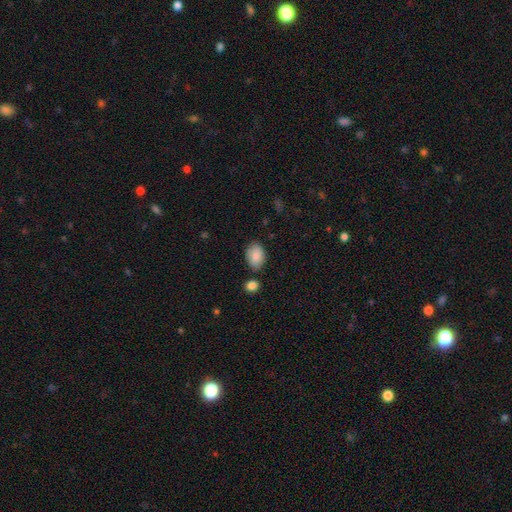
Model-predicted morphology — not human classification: Smooth or featured?
  - smooth: 87% *
  - star or artifact: 7%
  - featured or disk: 6%
How rounded?
  - in between: 86% *
  - round: 13%
  - cigar-shaped: 1%
Merging?
  - none: 75% *
  - minor disturbance: 16%
  - merger: 6%
  - major disturbance: 3%